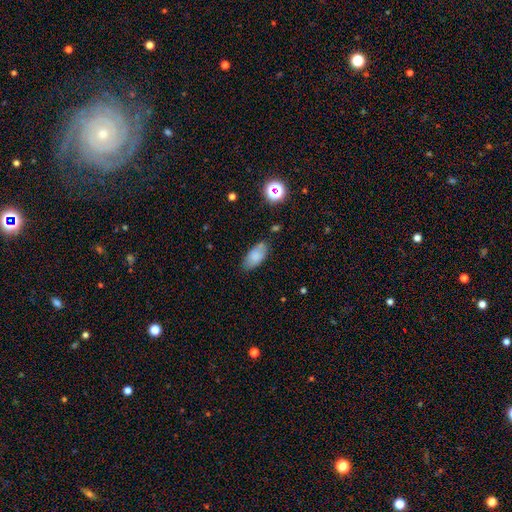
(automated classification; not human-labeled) This is clearly a smooth galaxy (80%). How rounded: clearly in between (90%). Merging: likely none (78%).